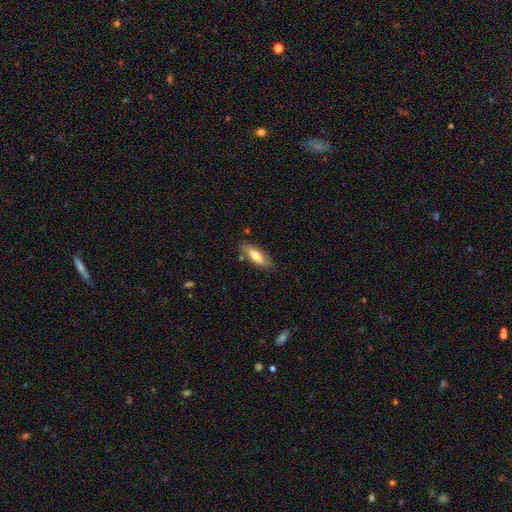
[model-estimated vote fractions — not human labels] A smooth galaxy with no disk features (67%) that is in between round and cigar-shaped (67%). Merging: none (78%).